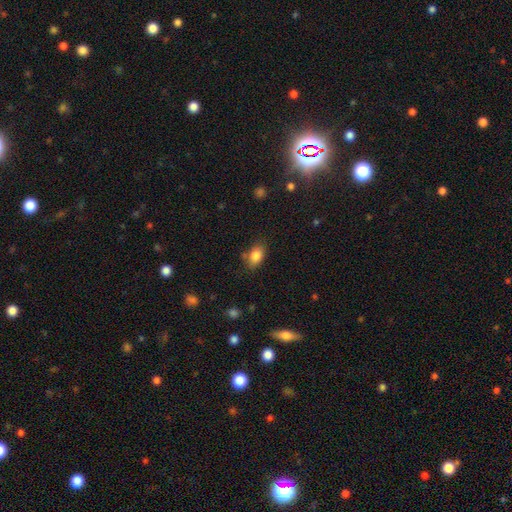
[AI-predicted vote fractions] smooth_or_featured: smooth (p=0.84) [alt: star or artifact p=0.09]
how_rounded: in between (p=0.84) [alt: round p=0.14]
merging: none (p=0.76) [alt: minor disturbance p=0.16]